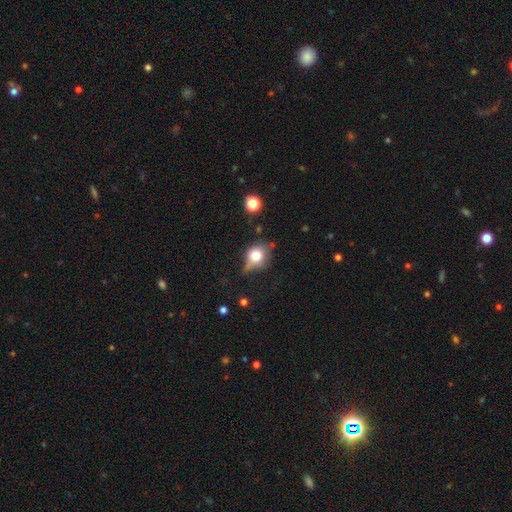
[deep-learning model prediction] smooth 70%, featured or disk 19%, star or artifact 11%. Down the decision tree: how rounded — round (65%); merging — none (53%).